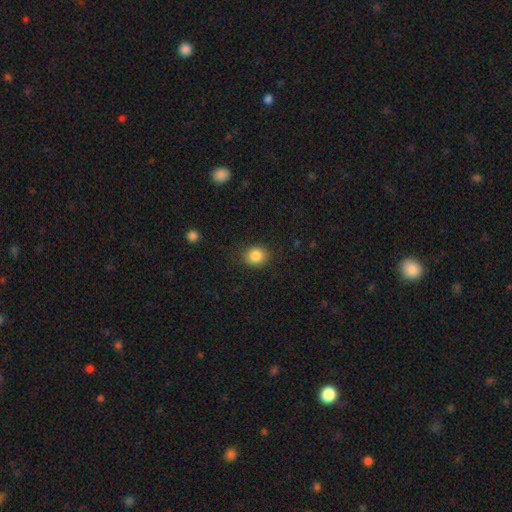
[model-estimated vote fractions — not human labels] Q: Smooth or featured?
A: smooth (86%); runner-up: star or artifact (10%)
Q: How rounded?
A: round (77%); runner-up: in between (22%)
Q: Merging?
A: none (85%); runner-up: minor disturbance (10%)